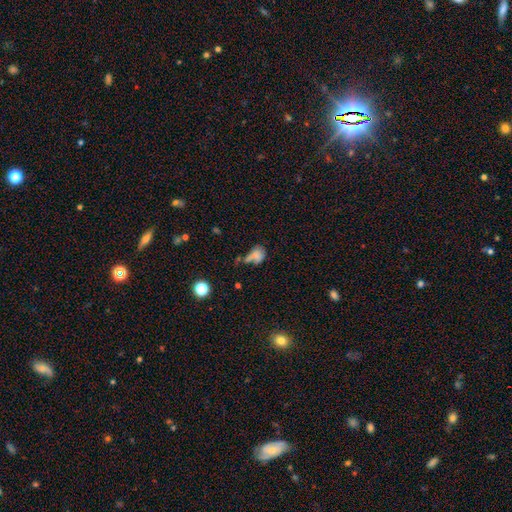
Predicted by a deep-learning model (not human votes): smooth 67%, featured or disk 19%, star or artifact 15%. Down the decision tree: how rounded — in between (66%); merging — major disturbance (27%, tied with none).